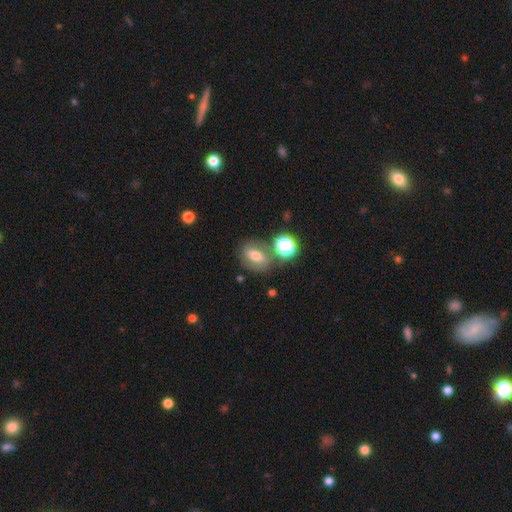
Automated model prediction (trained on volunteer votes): The model was most divided on "smooth or featured": smooth: 53%, featured or disk: 32%, star or artifact: 15%. More confident: merging — none (66%); how rounded — in between (65%).